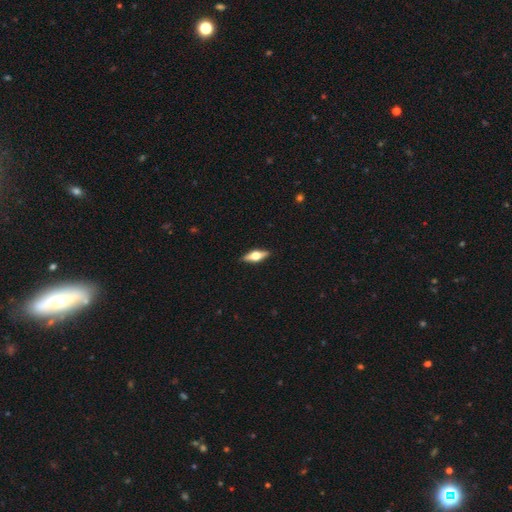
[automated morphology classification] A featured or disk galaxy (61%) viewed edge-on (94%) with a rounded central bulge (94%). Merging: none (89%).